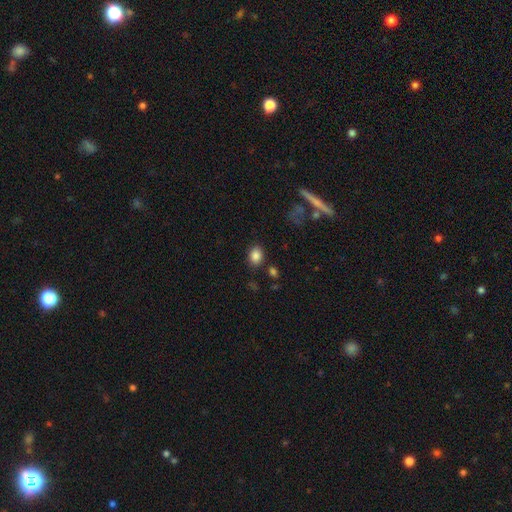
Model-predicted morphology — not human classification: Q: Smooth or featured?
A: smooth (85%); runner-up: star or artifact (10%)
Q: How rounded?
A: in between (58%); runner-up: round (41%)
Q: Merging?
A: none (82%); runner-up: minor disturbance (11%)